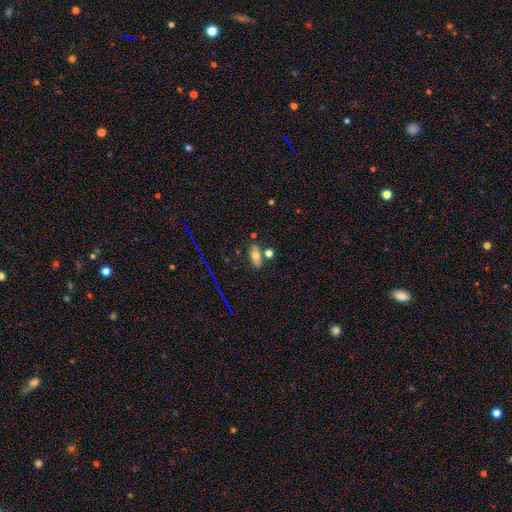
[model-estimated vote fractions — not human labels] smooth-or-featured: smooth: 65% | featured or disk: 21% | star or artifact: 14%
  how-rounded: in between: 82% | round: 9% | cigar-shaped: 9%
  merging: none: 66% | merger: 16% | minor disturbance: 14% | major disturbance: 4%